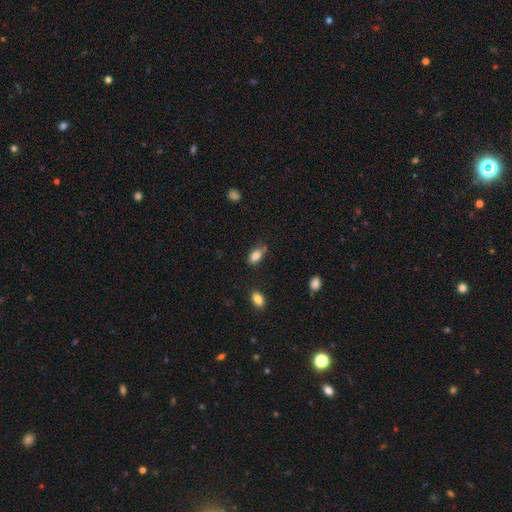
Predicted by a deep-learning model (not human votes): smooth 81%, featured or disk 10%, star or artifact 8%. Down the decision tree: how rounded — in between (87%); merging — none (62%).